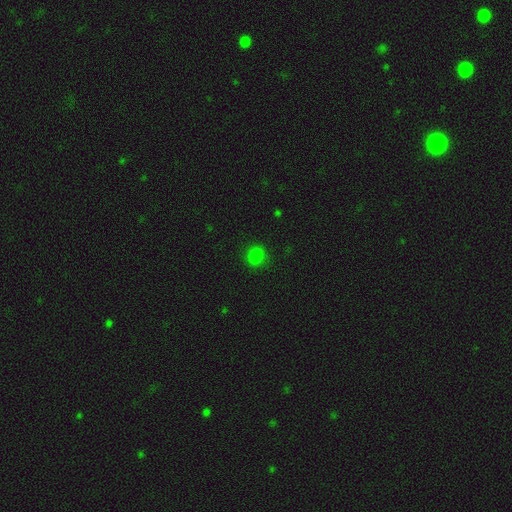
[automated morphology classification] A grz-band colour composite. It shows a smooth galaxy with no disk features (82%) that is in between round and cigar-shaped (56%). Merging: none (86%).